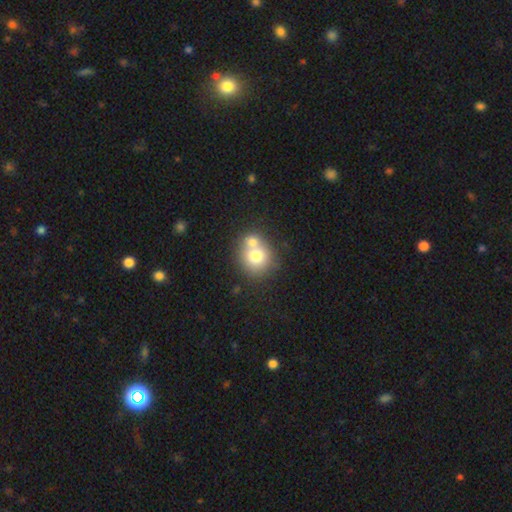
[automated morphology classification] Smooth or featured? smooth (71%)
How rounded? round (81%)
Merging? merger (52%)